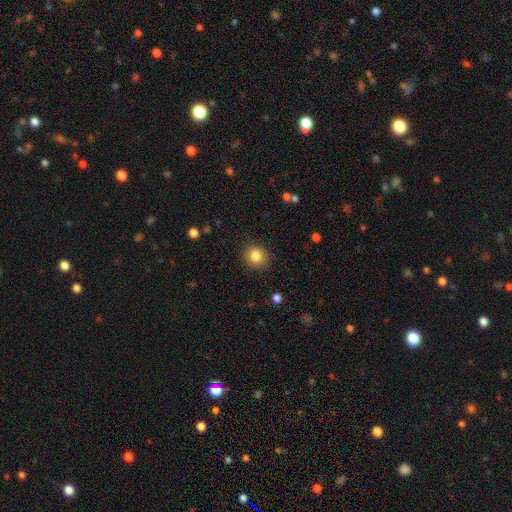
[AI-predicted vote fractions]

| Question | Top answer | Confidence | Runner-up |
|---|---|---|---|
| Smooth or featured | smooth | 83% | star or artifact (10%) |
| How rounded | round | 86% | in between (13%) |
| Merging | none | 90% | minor disturbance (7%) |